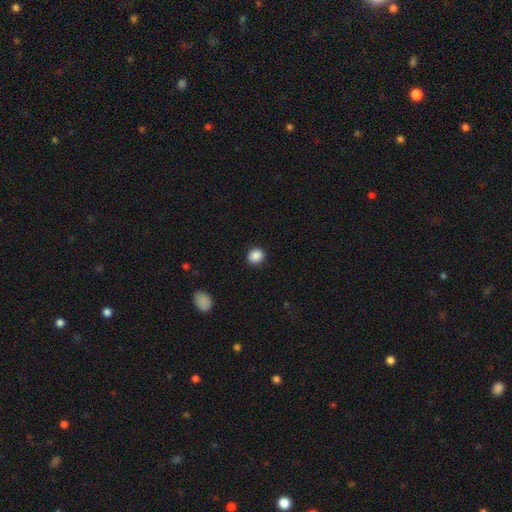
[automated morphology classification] A smooth galaxy with no disk features (88%) that is round (76%). Merging: none (90%).